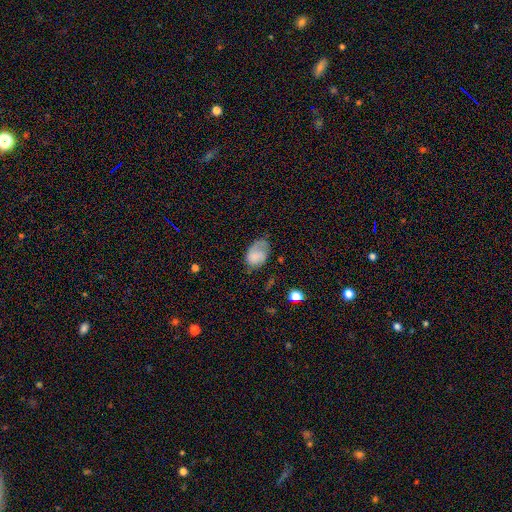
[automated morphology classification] The model was most divided on "merging": none: 47%, minor disturbance: 32%, major disturbance: 19%, merger: 2%. More confident: how rounded — in between (83%); smooth or featured — smooth (59%).